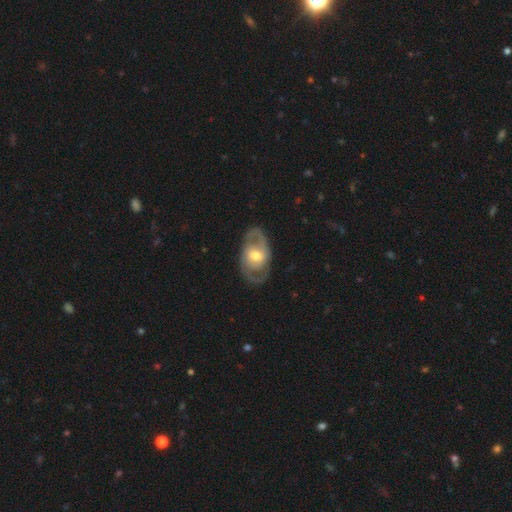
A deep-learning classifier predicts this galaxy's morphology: Overall: featured or disk (75%). Edge-on disk: no (93%). Bar: no (46%; weak 41%). Spiral arms: yes (76%). Spiral arm count: 2 (80%). Spiral winding: medium (48%; tight 34%). Bulge size: moderate (67%). Merging: none (80%).